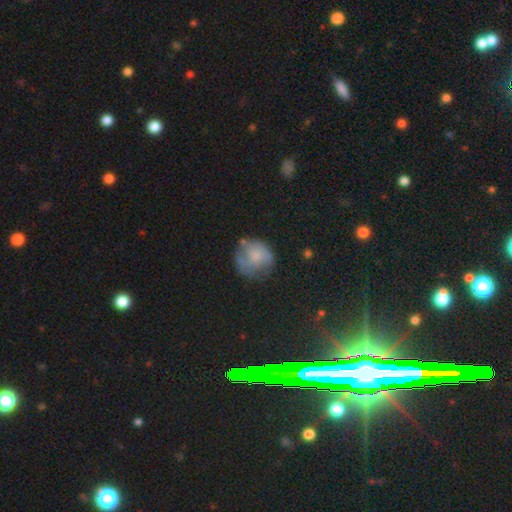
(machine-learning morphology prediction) smooth-or-featured: smooth: 55% | featured or disk: 36% | star or artifact: 9%
  how-rounded: round: 84% | in between: 15% | cigar-shaped: 1%
  merging: none: 57% | minor disturbance: 25% | major disturbance: 14% | merger: 4%